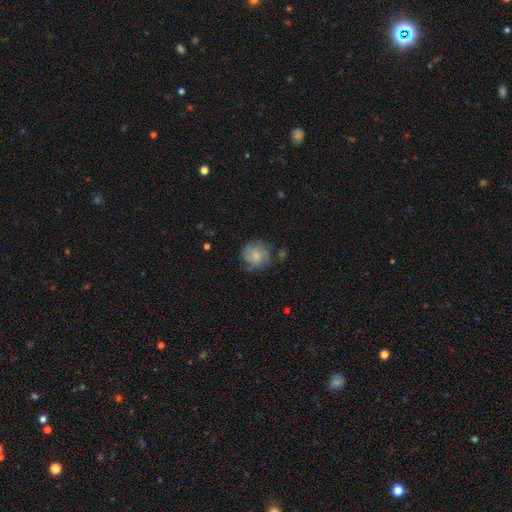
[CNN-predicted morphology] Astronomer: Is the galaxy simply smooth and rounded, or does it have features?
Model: featured or disk — 48% (runner-up: smooth, 44%).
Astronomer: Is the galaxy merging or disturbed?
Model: none — 71%.